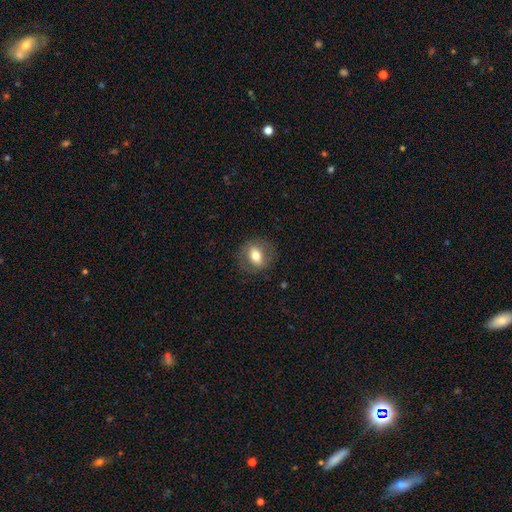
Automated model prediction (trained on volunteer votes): Overall: smooth (63%; featured or disk 28%). How rounded: round (52%; in between 47%). Merging: none (82%).